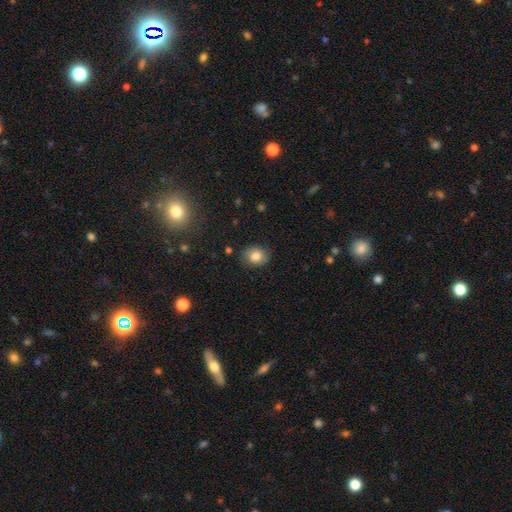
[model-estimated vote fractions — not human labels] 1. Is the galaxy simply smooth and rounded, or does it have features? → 75% smooth, 16% featured or disk, 9% star or artifact.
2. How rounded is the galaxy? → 58% round, 41% in between, 1% cigar-shaped.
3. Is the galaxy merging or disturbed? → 81% none, 14% minor disturbance, 4% major disturbance, 1% merger.